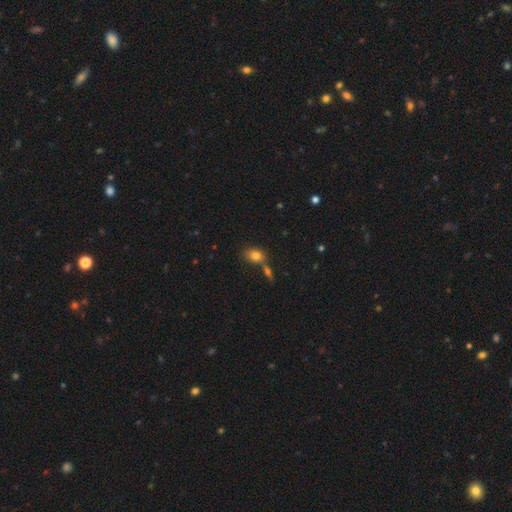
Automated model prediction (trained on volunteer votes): This appears to be a smooth galaxy with no disk features (80%) that is in between round and cigar-shaped (74%). Merging: none (52%).